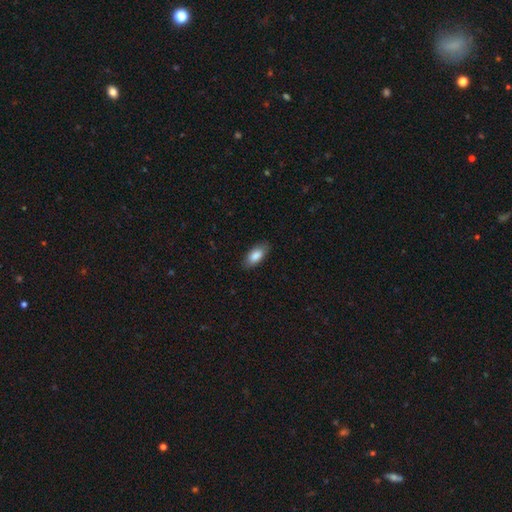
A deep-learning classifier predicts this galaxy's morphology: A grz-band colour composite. It shows a smooth galaxy with no disk features (86%) that is in between round and cigar-shaped (89%). Merging: none (86%).